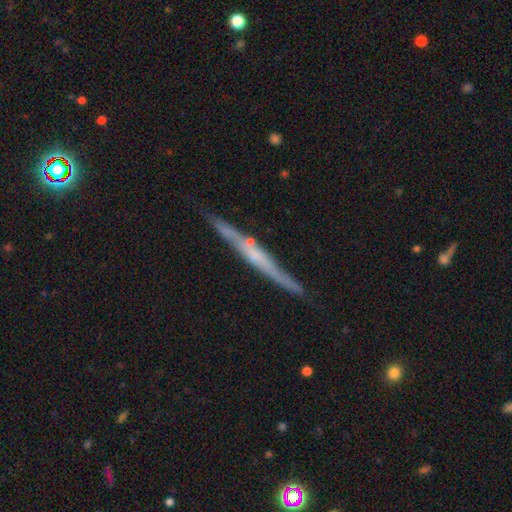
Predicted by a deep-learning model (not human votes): smooth-or-featured: featured or disk: 66% | smooth: 28% | star or artifact: 6%
  disk-edge-on: yes: 95% | no: 5%
    edge-on-bulge: rounded: 45% | none: 42% | boxy: 13%
  merging: none: 81% | minor disturbance: 12% | merger: 5% | major disturbance: 3%